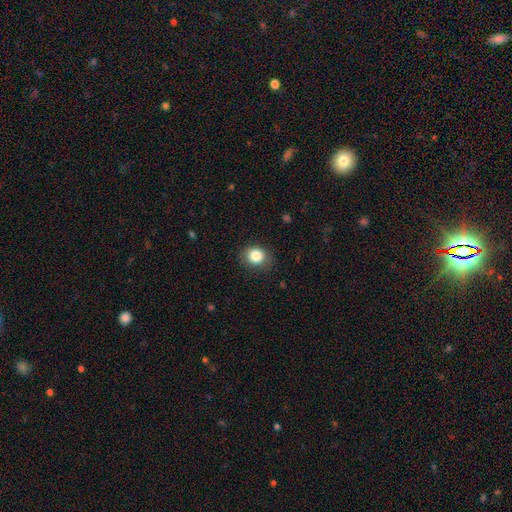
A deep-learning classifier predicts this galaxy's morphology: This appears to be a smooth galaxy with no disk features (83%) that is round (73%). Merging: none (82%).